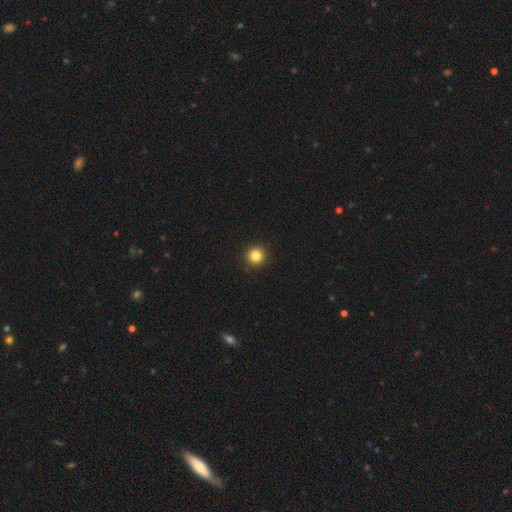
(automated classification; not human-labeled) A smooth galaxy with no disk features (84%) that is round (96%).

Vote fractions:
- Smooth or featured? smooth: 84% / star or artifact: 12% / featured or disk: 4%
- How rounded? round: 96% / in between: 4% / cigar-shaped: 1%
- Merging? none: 92% / minor disturbance: 5% / major disturbance: 2% / merger: 1%